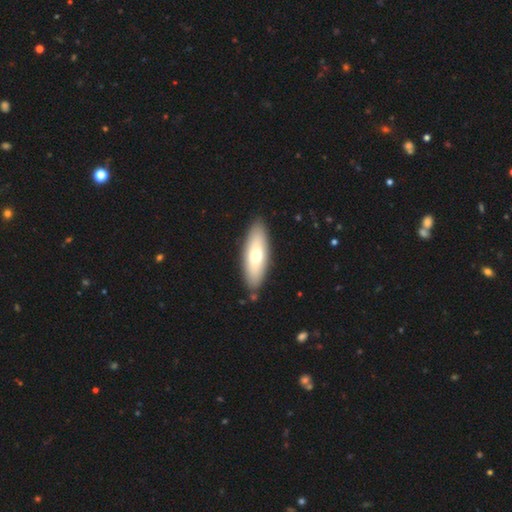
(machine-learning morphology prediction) Smooth or featured?
  - smooth: 63% *
  - featured or disk: 31%
  - star or artifact: 5%
How rounded?
  - in between: 62% *
  - cigar-shaped: 36%
  - round: 2%
Merging?
  - none: 88% *
  - minor disturbance: 8%
  - merger: 2%
  - major disturbance: 2%